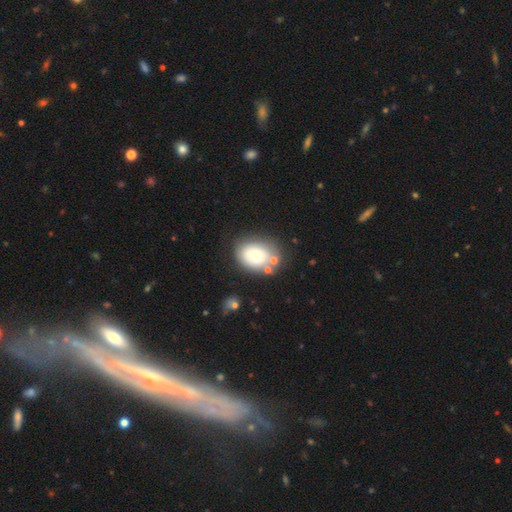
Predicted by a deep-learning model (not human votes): This appears to be a smooth galaxy with no disk features (63%) that is in between round and cigar-shaped (61%). Merging: none (63%).